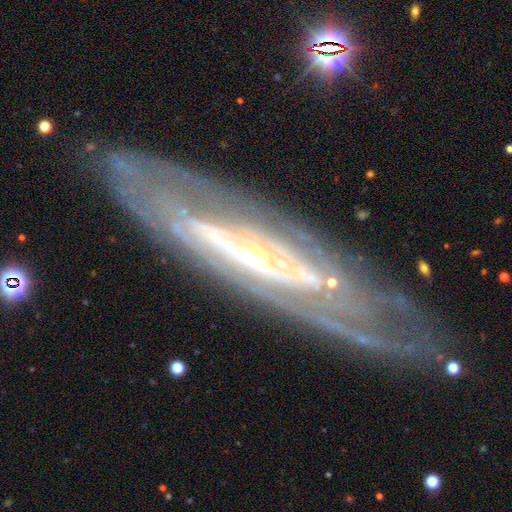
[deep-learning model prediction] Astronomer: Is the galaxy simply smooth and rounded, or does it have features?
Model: featured or disk — 84%.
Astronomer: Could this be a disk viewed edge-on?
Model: no — 68%.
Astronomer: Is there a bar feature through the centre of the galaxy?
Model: no — 51% (runner-up: weak, 27%).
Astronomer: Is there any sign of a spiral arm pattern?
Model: yes — 81%.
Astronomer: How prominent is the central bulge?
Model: small — 71%.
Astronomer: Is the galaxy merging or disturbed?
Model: none — 79%.